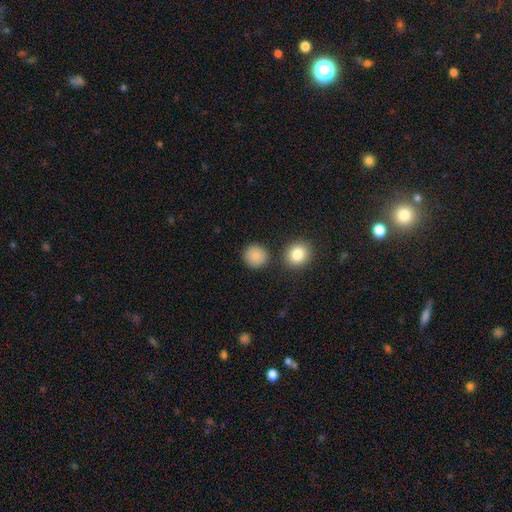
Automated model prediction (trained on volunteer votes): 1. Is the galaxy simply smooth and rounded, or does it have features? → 86% smooth, 9% star or artifact, 5% featured or disk.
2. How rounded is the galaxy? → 92% round, 7% in between, 1% cigar-shaped.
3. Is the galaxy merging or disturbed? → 85% none, 7% minor disturbance, 5% merger, 3% major disturbance.